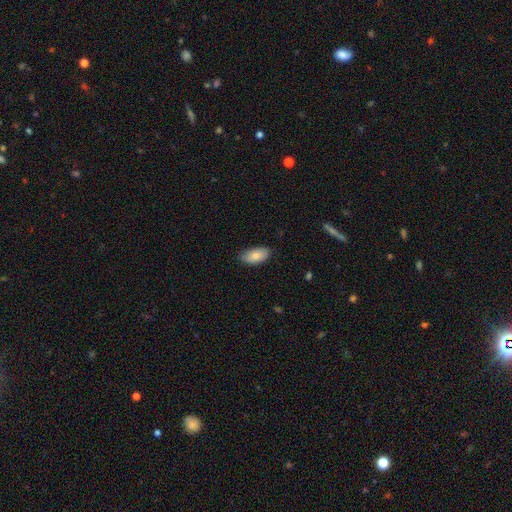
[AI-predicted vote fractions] smooth_or_featured: smooth (p=0.85) [alt: featured or disk p=0.09]
how_rounded: in between (p=0.93) [alt: cigar-shaped p=0.04]
merging: none (p=0.78) [alt: minor disturbance p=0.19]